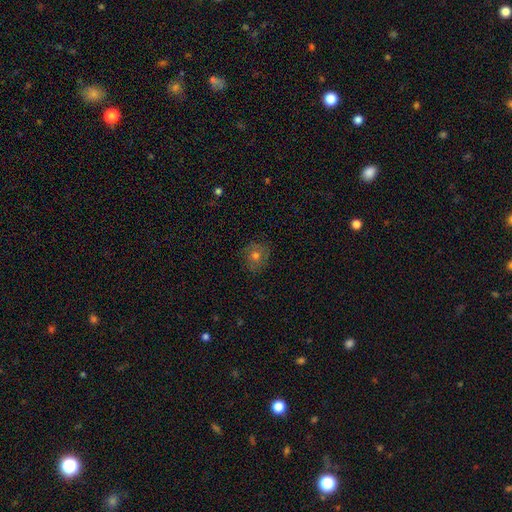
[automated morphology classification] Smooth or featured: smooth — 57% (featured or disk — 26%)
How rounded: round — 83% (in between — 16%)
Merging: none — 82% (minor disturbance — 13%)